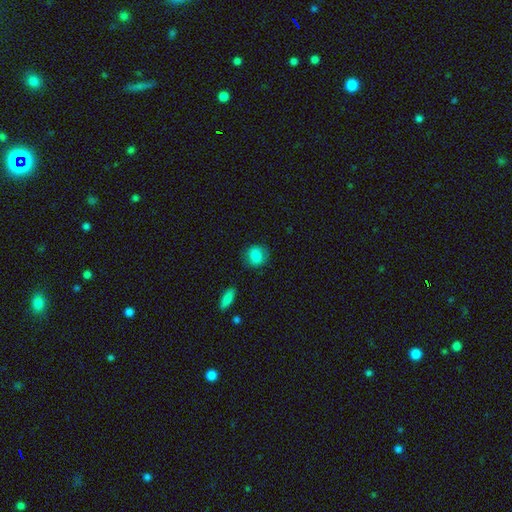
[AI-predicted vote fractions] Overall: smooth (85%). How rounded: round (78%). Merging: none (83%).